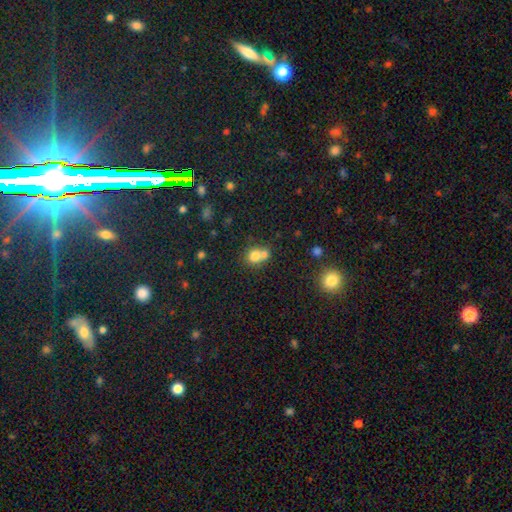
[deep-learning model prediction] A smooth galaxy with no disk features (76%) that is round (77%).

Vote fractions:
- Smooth or featured? smooth: 76% / featured or disk: 12% / star or artifact: 12%
- How rounded? round: 77% / in between: 22% / cigar-shaped: 1%
- Merging? merger: 54% / none: 36% / minor disturbance: 7% / major disturbance: 3%